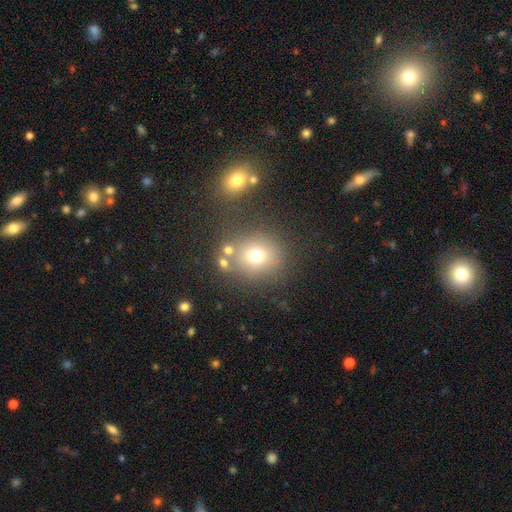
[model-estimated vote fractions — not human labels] This appears to be a smooth galaxy with no disk features (69%) that is round (80%). Merging: none (70%).